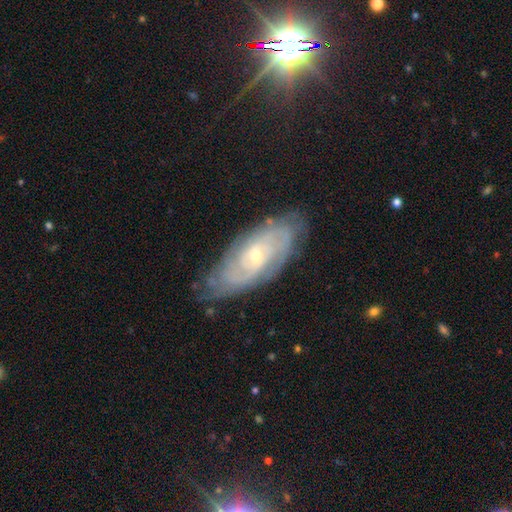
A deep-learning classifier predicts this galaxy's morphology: Smooth or featured? Predicted: featured or disk (p=0.81). Edge-on disk? Predicted: no (p=0.91). Bar? Predicted: no (p=0.57). Spiral arms? Predicted: yes (p=0.95). Spiral winding? Predicted: tight (p=0.73). Spiral arm count? Predicted: can't tell (p=0.45). Bulge size? Predicted: small (p=0.66). Merging? Predicted: none (p=0.78).